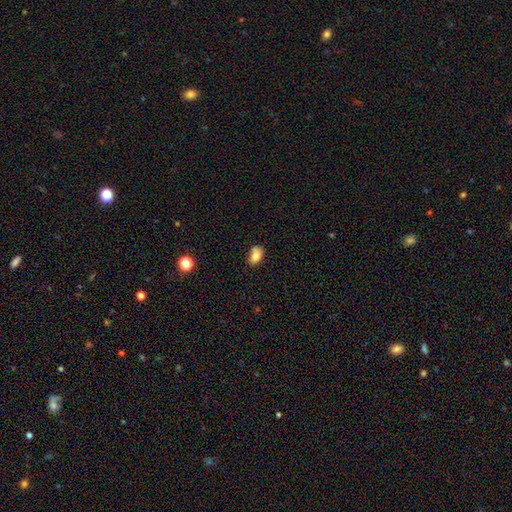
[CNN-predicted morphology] Smooth or featured? smooth (80%)
How rounded? in between (85%)
Merging? none (58%)